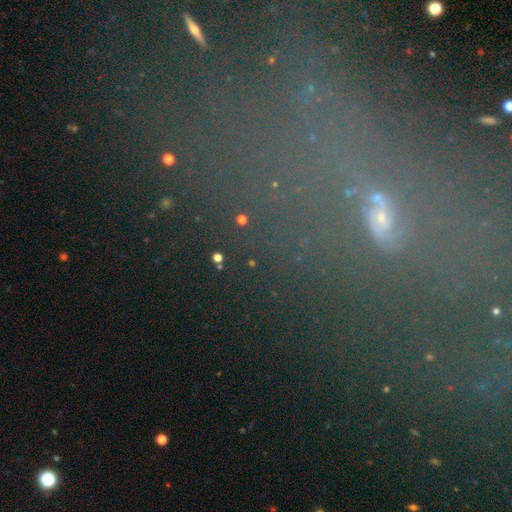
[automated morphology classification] A star or artifact, not a galaxy (54%).